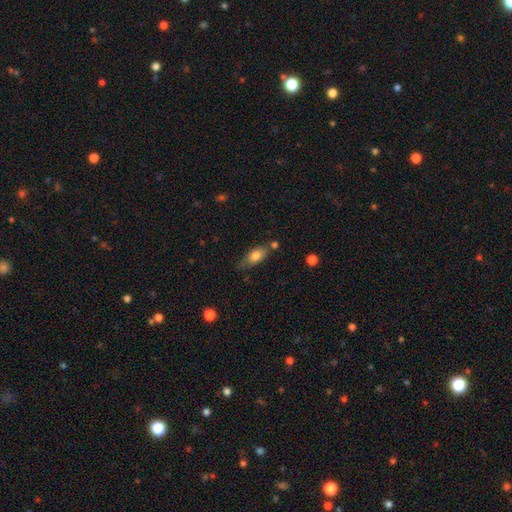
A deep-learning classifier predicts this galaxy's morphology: smooth-or-featured: smooth: 76% | featured or disk: 17% | star or artifact: 7%
  how-rounded: in between: 84% | cigar-shaped: 12% | round: 4%
  merging: none: 64% | minor disturbance: 21% | merger: 9% | major disturbance: 5%